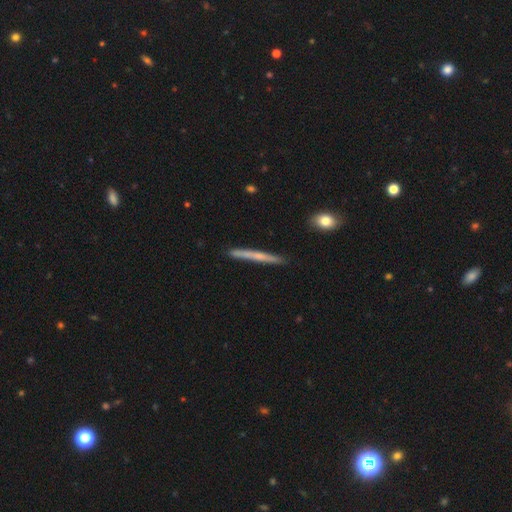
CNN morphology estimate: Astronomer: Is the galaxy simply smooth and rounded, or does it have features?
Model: smooth — 48% (runner-up: featured or disk, 46%).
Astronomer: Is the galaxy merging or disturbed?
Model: none — 88%.